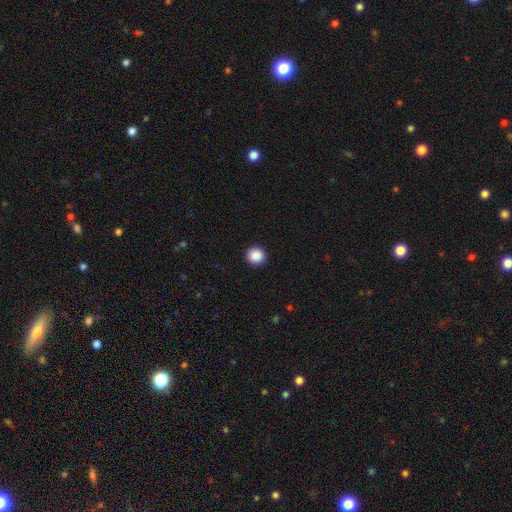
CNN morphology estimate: A smooth galaxy with no disk features (88%) that is round (92%).

Vote fractions:
- Smooth or featured? smooth: 88% / star or artifact: 9% / featured or disk: 3%
- How rounded? round: 92% / in between: 7% / cigar-shaped: 1%
- Merging? none: 93% / minor disturbance: 4% / major disturbance: 2% / merger: 1%